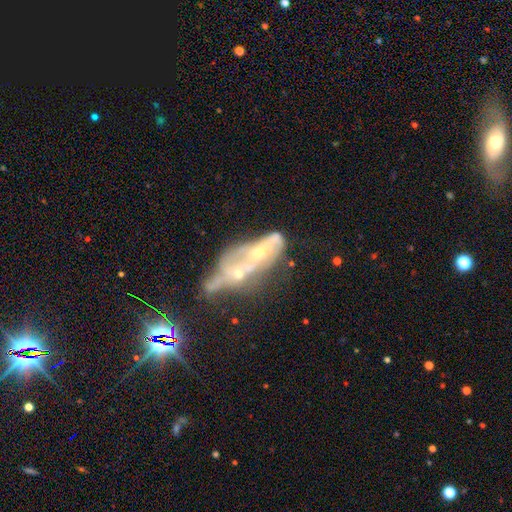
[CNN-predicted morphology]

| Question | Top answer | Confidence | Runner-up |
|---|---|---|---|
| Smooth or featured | featured or disk | 61% | smooth (20%) |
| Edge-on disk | no | 85% | yes (15%) |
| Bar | no | 80% | weak (14%) |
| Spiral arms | no | 75% | yes (25%) |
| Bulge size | small | 45% | moderate (32%) |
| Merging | merger | 52% | major disturbance (21%) |